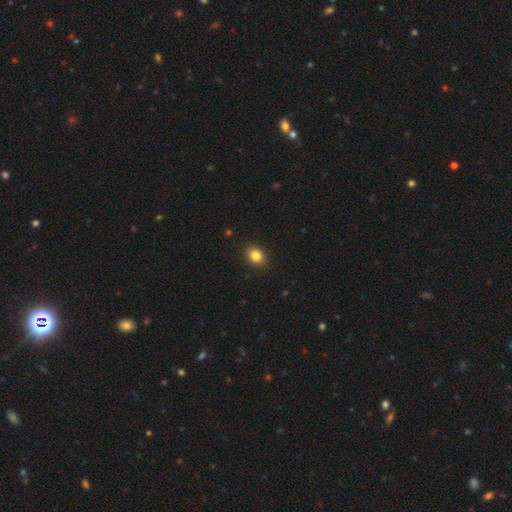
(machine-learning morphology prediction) Smooth or featured?
  - smooth: 85% *
  - star or artifact: 10%
  - featured or disk: 5%
How rounded?
  - in between: 51% *
  - round: 48%
  - cigar-shaped: 1%
Merging?
  - none: 90% *
  - minor disturbance: 7%
  - major disturbance: 2%
  - merger: 1%